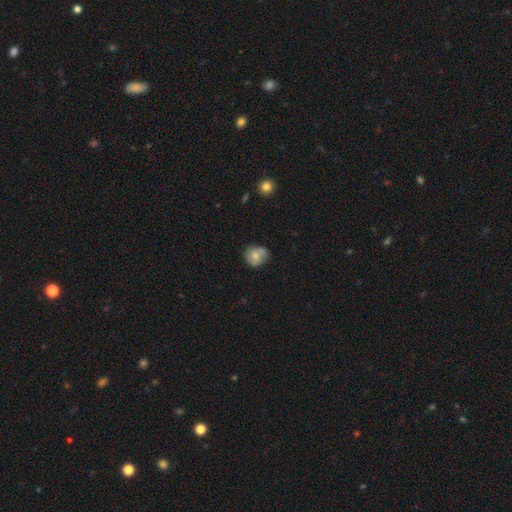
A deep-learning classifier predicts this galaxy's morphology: smooth 47%, featured or disk 44%, star or artifact 8%. Down the decision tree: merging — none (64%).